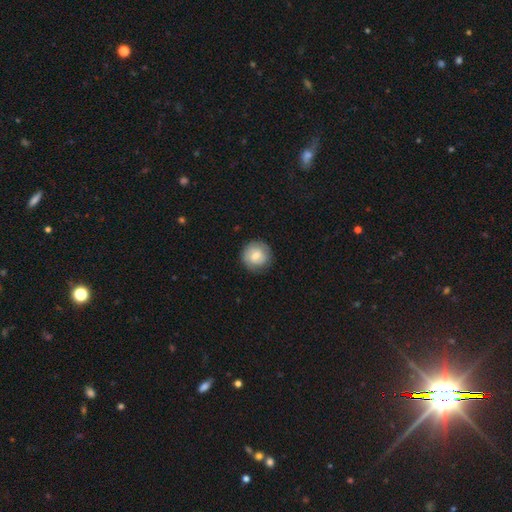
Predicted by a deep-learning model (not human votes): Morphology: type=smooth (63%); roundness=round (91%); merging=none (82%).